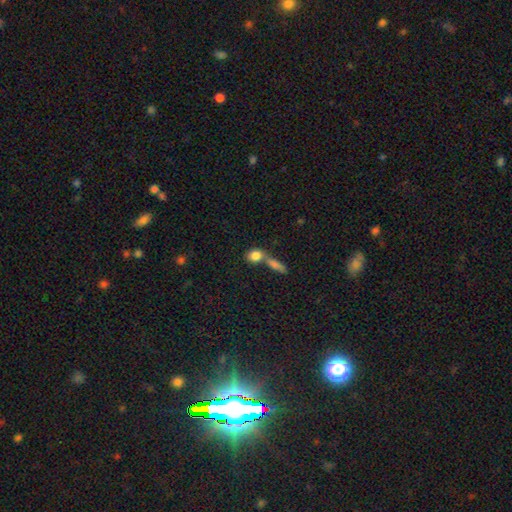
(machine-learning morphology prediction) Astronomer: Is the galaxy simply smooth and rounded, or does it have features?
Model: smooth — 82%.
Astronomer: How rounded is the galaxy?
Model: in between — 48% (runner-up: round, 44%).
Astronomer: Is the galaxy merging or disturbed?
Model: merger — 48% (runner-up: none, 39%).